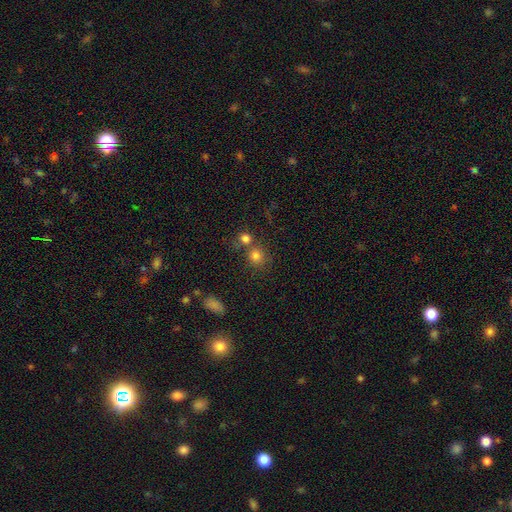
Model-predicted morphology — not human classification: Smooth or featured? Predicted: smooth (p=0.78). How rounded? Predicted: round (p=0.86). Merging? Predicted: none (p=0.57).